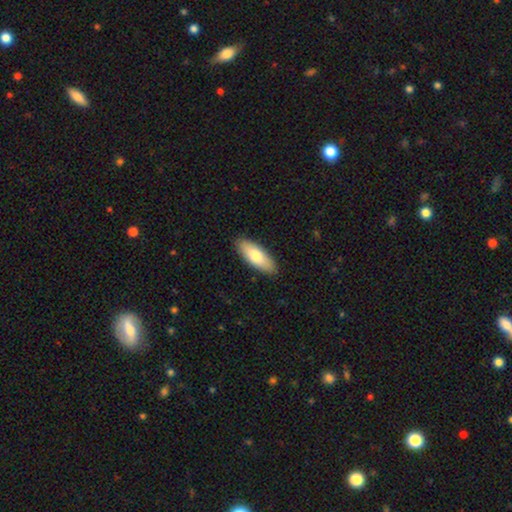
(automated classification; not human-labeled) A smooth galaxy with no disk features (77%) that is in between round and cigar-shaped (74%). Merging: none (89%).